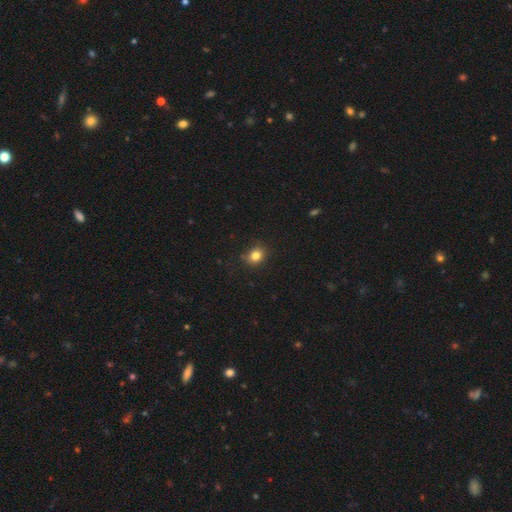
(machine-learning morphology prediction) Q: Smooth or featured?
A: smooth (82%); runner-up: star or artifact (12%)
Q: How rounded?
A: round (66%); runner-up: in between (33%)
Q: Merging?
A: none (80%); runner-up: minor disturbance (15%)